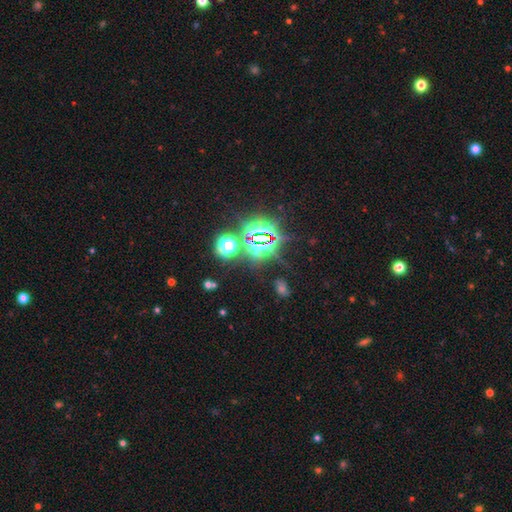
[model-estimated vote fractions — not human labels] Smooth or featured? star or artifact (82%)